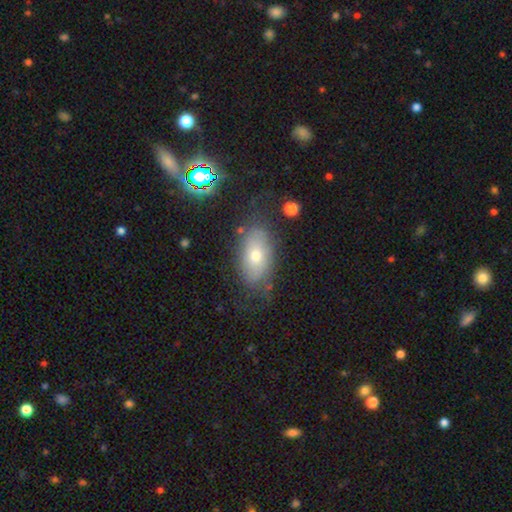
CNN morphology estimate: smooth_or_featured: smooth (p=0.62) [alt: featured or disk p=0.28]
how_rounded: in between (p=0.89) [alt: round p=0.08]
merging: none (p=0.70) [alt: minor disturbance p=0.20]